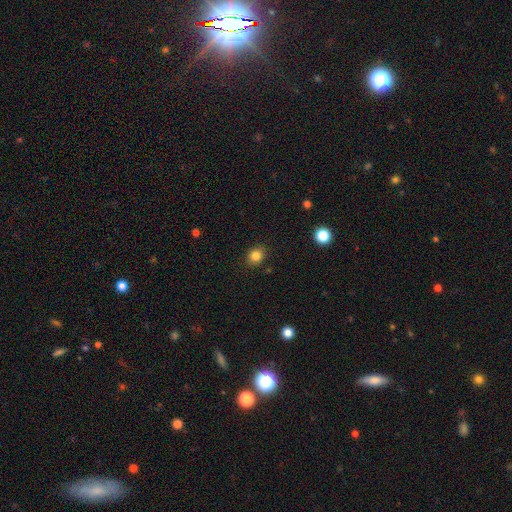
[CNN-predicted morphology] A smooth galaxy with no disk features (84%) that is round (67%). Merging: none (87%).